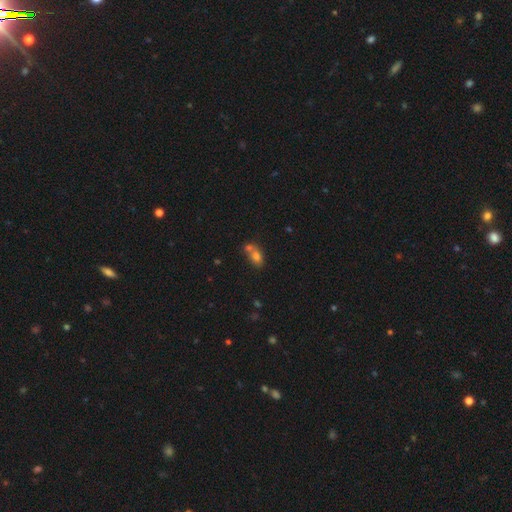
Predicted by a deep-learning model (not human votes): Smooth or featured: smooth — 71% (star or artifact — 14%)
How rounded: in between — 60% (round — 38%)
Merging: merger — 52% (none — 35%)